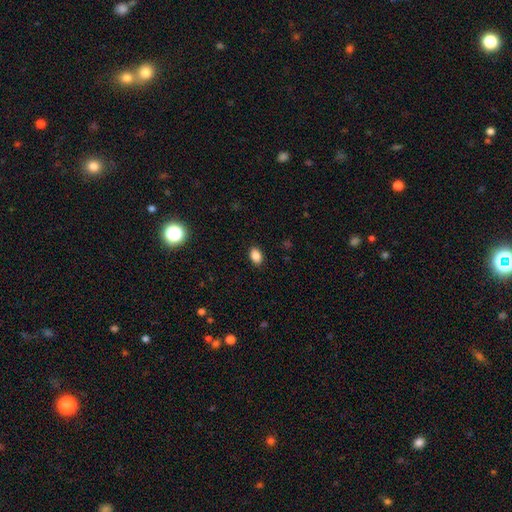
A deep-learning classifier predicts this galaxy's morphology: Smooth or featured?
  - smooth: 87% *
  - star or artifact: 9%
  - featured or disk: 4%
How rounded?
  - in between: 86% *
  - round: 12%
  - cigar-shaped: 1%
Merging?
  - none: 89% *
  - minor disturbance: 8%
  - major disturbance: 2%
  - merger: 1%